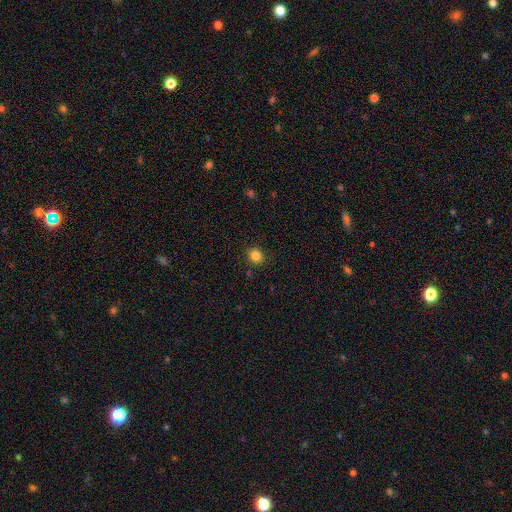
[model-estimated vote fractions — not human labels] This is clearly a smooth galaxy (84%). How rounded: likely round (79%). Merging: clearly none (89%).